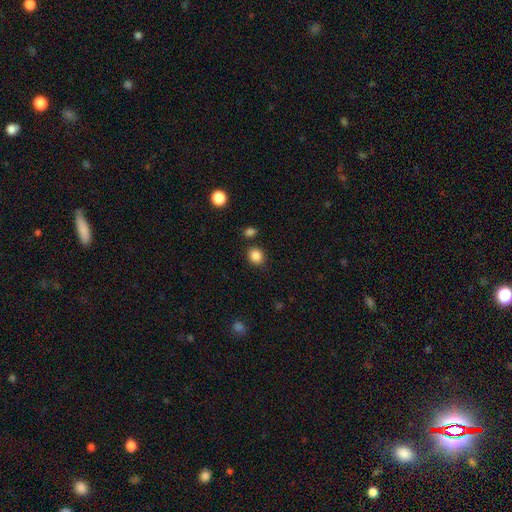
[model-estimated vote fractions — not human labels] Overall: smooth (86%). How rounded: round (73%). Merging: none (82%).